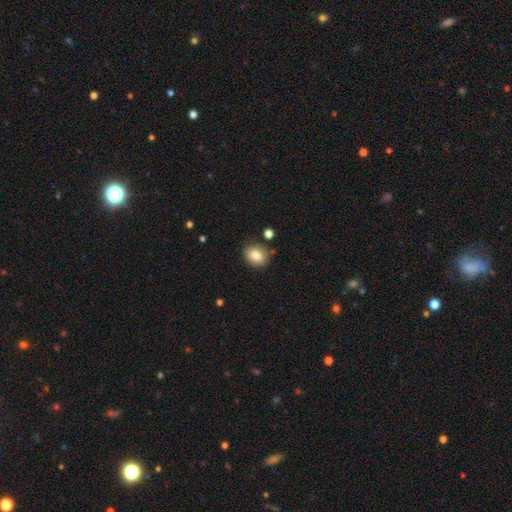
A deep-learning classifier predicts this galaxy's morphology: A smooth galaxy with no disk features (82%) that is round (52%).

Vote fractions:
- Smooth or featured? smooth: 82% / star or artifact: 9% / featured or disk: 9%
- How rounded? round: 52% / in between: 47% / cigar-shaped: 1%
- Merging? none: 81% / minor disturbance: 13% / merger: 4% / major disturbance: 3%